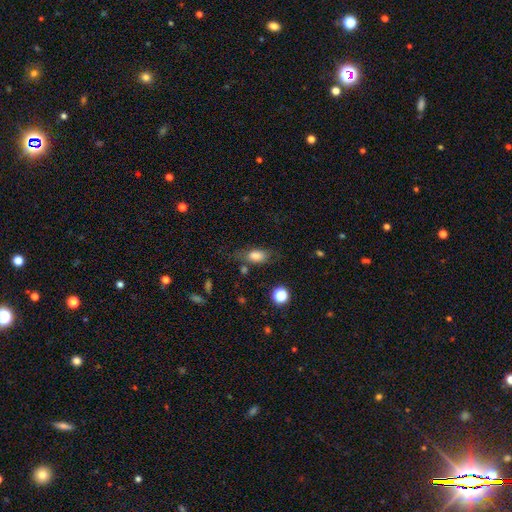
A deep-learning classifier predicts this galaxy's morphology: A smooth galaxy with no disk features (78%) that is in between round and cigar-shaped (82%).

Vote fractions:
- Smooth or featured? smooth: 78% / featured or disk: 12% / star or artifact: 10%
- How rounded? in between: 82% / round: 10% / cigar-shaped: 8%
- Merging? none: 62% / minor disturbance: 22% / major disturbance: 11% / merger: 5%